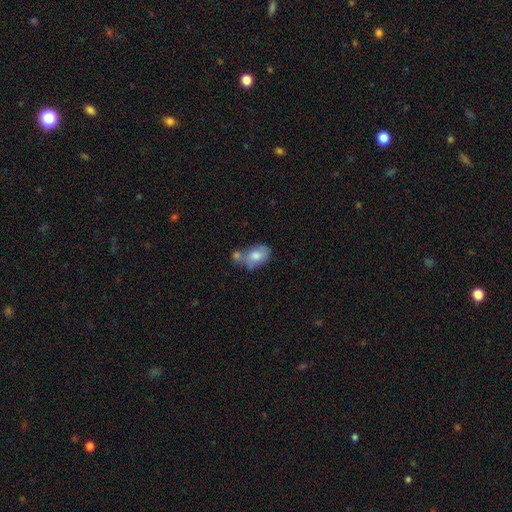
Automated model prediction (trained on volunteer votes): Smooth or featured?
  - smooth: 72% *
  - featured or disk: 20%
  - star or artifact: 8%
How rounded?
  - in between: 78% *
  - round: 20%
  - cigar-shaped: 1%
Merging?
  - merger: 36% *
  - none: 35%
  - minor disturbance: 20%
  - major disturbance: 8%